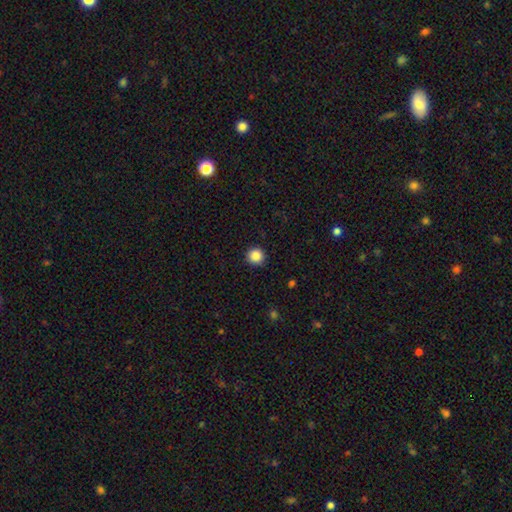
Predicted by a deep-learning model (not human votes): smooth-or-featured: smooth: 87% | star or artifact: 10% | featured or disk: 3%
  how-rounded: round: 94% | in between: 5% | cigar-shaped: 1%
  merging: none: 90% | minor disturbance: 7% | major disturbance: 2% | merger: 1%